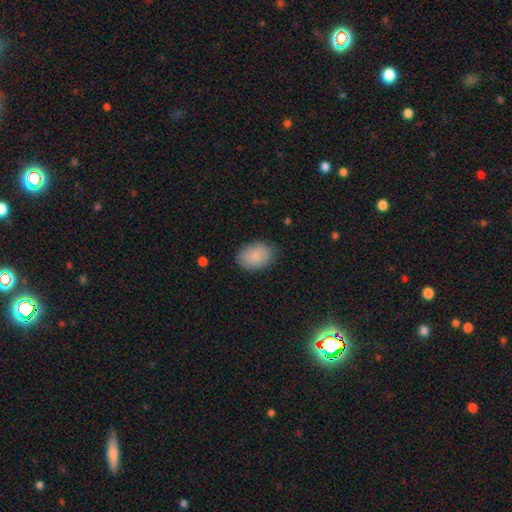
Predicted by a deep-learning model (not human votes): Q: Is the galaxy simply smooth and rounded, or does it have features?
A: smooth — 88%.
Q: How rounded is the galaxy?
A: in between — 79%.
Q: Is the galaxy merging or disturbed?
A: none — 80%.